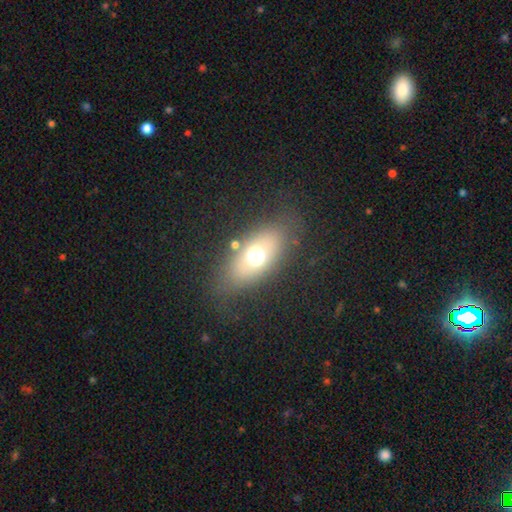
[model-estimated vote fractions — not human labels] Smooth or featured?
  - smooth: 59% *
  - featured or disk: 25%
  - star or artifact: 16%
How rounded?
  - in between: 75% *
  - round: 18%
  - cigar-shaped: 7%
Merging?
  - none: 76% *
  - minor disturbance: 12%
  - major disturbance: 9%
  - merger: 3%